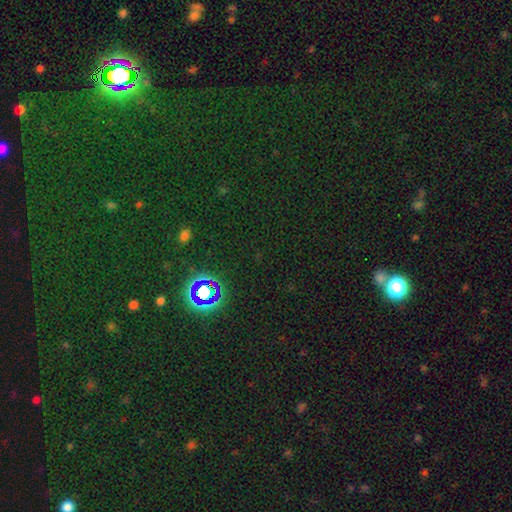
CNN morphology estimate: smooth_or_featured: star or artifact (p=0.73) [alt: smooth p=0.20]